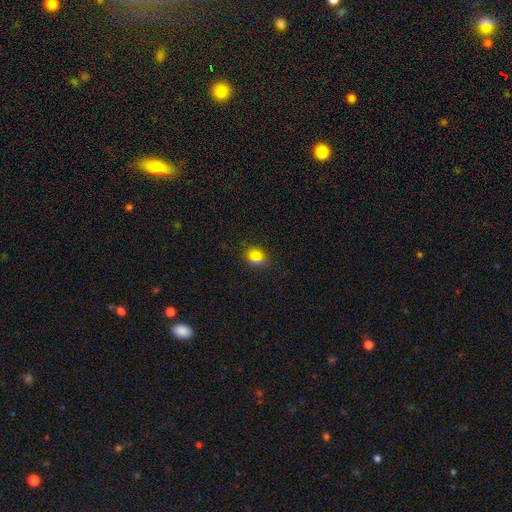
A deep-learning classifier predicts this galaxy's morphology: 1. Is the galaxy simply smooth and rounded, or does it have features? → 70% smooth, 19% star or artifact, 11% featured or disk.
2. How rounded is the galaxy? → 70% round, 28% in between, 2% cigar-shaped.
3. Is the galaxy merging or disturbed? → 70% none, 13% merger, 13% minor disturbance, 4% major disturbance.